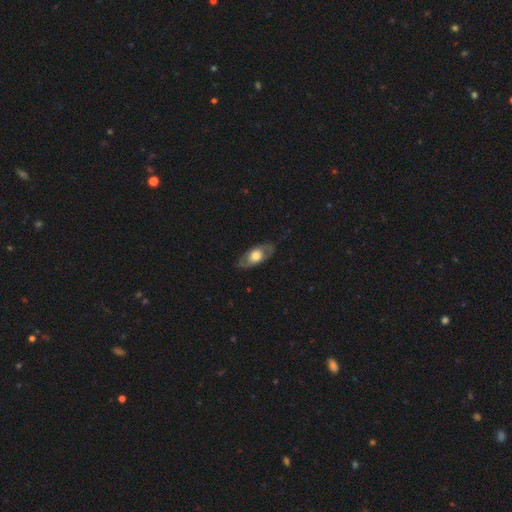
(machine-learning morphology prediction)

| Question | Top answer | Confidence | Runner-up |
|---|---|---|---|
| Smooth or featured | featured or disk | 54% | smooth (41%) |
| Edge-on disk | no | 77% | yes (23%) |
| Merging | none | 79% | minor disturbance (14%) |